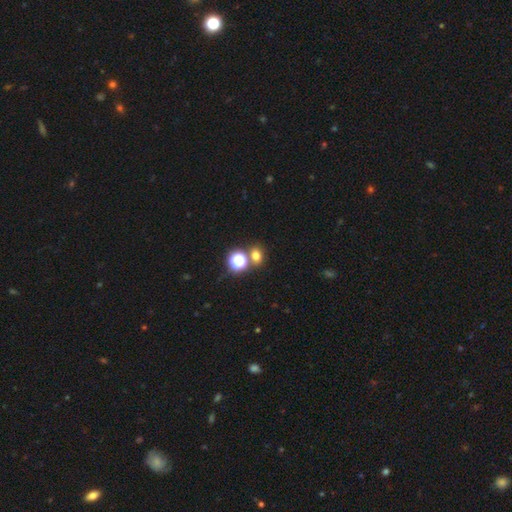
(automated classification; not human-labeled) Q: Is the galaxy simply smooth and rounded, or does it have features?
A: smooth — 69%.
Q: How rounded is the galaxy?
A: round — 61%.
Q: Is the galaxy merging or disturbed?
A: none — 70%.